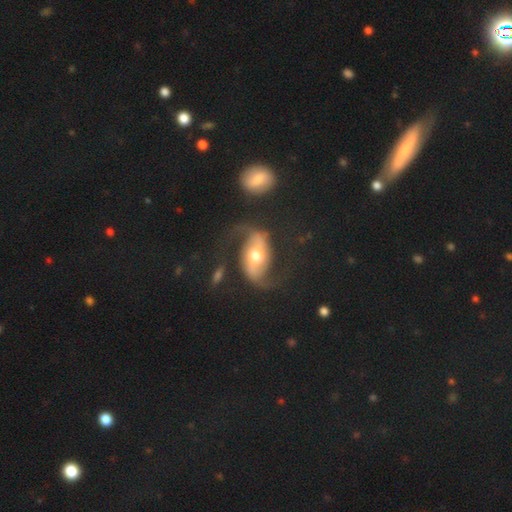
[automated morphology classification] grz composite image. It shows a featured or disk galaxy (84%) with a strong bar (35%), 2 (94%) loose (67%) spiral arms (94%) and a moderate central bulge (71%). Merging: none (68%).